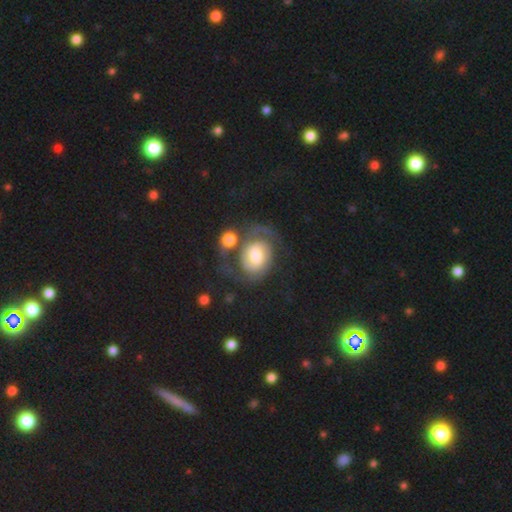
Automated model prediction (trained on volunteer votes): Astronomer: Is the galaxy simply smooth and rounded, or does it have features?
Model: featured or disk — 74%.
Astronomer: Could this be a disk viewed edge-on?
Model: no — 98%.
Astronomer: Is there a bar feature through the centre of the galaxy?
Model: no — 56% (runner-up: weak, 36%).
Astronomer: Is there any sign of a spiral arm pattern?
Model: yes — 91%.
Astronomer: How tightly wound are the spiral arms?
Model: medium — 41%, tied with tight at 41%.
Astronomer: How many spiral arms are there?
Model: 2 — 75%.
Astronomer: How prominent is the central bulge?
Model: moderate — 45% (runner-up: large, 33%).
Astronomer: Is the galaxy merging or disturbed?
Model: none — 41% (runner-up: merger, 23%).